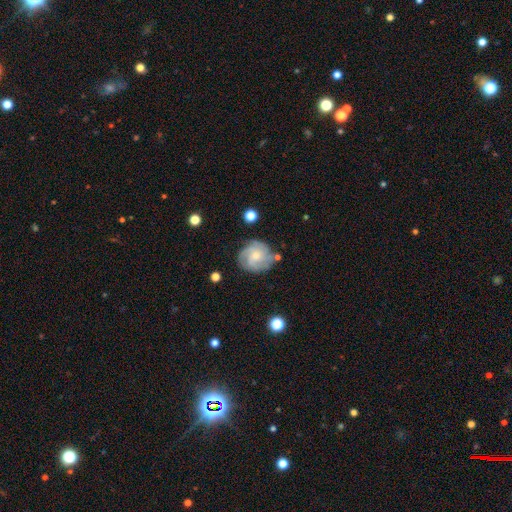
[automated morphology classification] Smooth or featured?
  - featured or disk: 68% *
  - smooth: 25%
  - star or artifact: 7%
Edge-on disk?
  - no: 97% *
  - yes: 3%
Bar?
  - no: 73% *
  - weak: 24%
  - strong: 3%
Spiral arms?
  - yes: 92% *
  - no: 8%
Spiral winding?
  - tight: 53% *
  - medium: 36%
  - loose: 11%
Spiral arm count?
  - 3: 32% *
  - can't tell: 28%
  - 4: 17%
  - 2: 13%
  - more than 4: 5%
  - 1: 5%
Bulge size?
  - small: 60% *
  - moderate: 33%
  - none: 4%
  - large: 2%
  - dominant: 1%
Merging?
  - none: 75% *
  - minor disturbance: 16%
  - major disturbance: 5%
  - merger: 3%